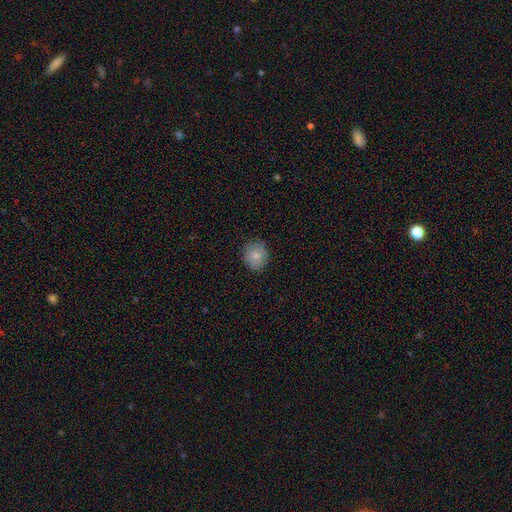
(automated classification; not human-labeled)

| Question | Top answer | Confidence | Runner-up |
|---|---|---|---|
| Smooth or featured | smooth | 82% | featured or disk (10%) |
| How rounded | round | 78% | in between (21%) |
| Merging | none | 84% | minor disturbance (12%) |